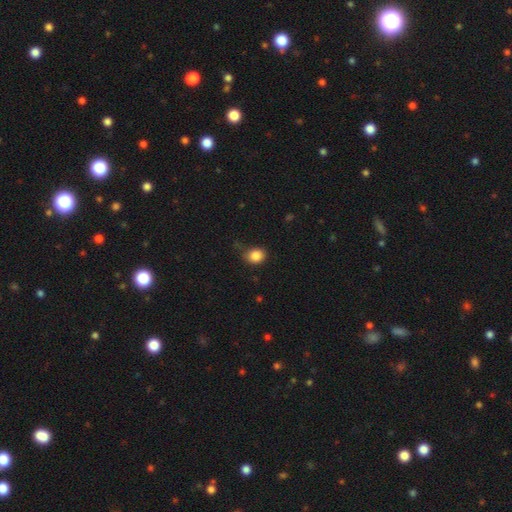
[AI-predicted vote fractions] smooth 85%, star or artifact 10%, featured or disk 4%. Down the decision tree: how rounded — round (63%); merging — none (72%).